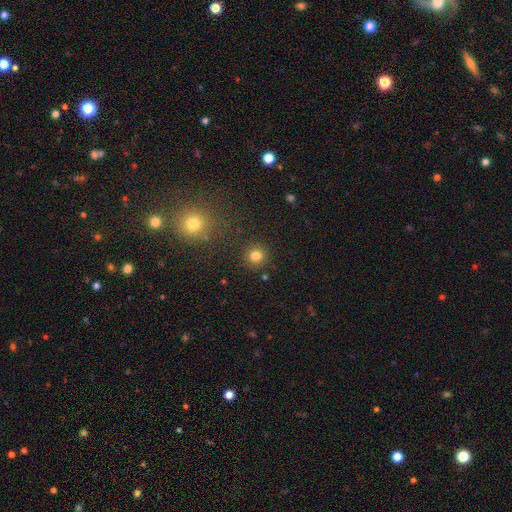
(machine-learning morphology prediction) A smooth galaxy with no disk features (81%) that is round (93%). Merging: none (89%).